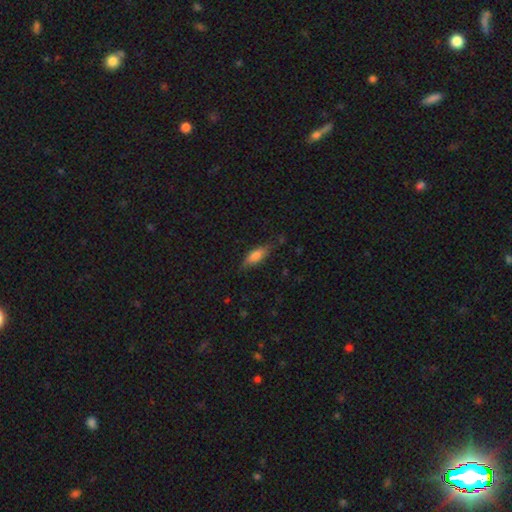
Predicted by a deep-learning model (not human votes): Overall: smooth (75%). How rounded: in between (68%; cigar-shaped 30%). Merging: none (73%).